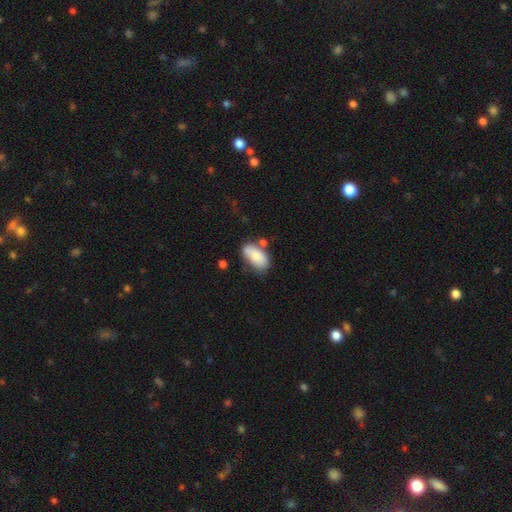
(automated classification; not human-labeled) Morphology: type=smooth (80%); roundness=in between (93%); merging=none (59%).